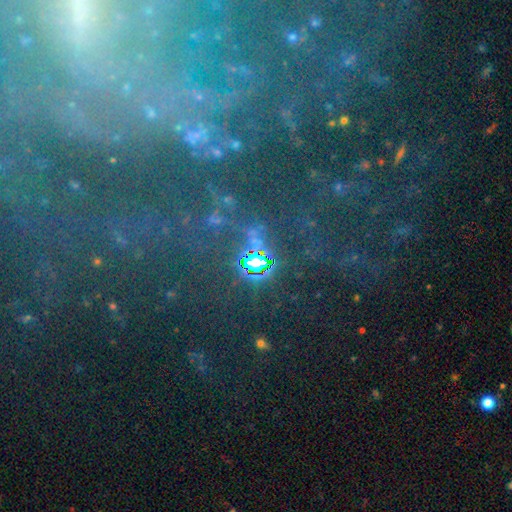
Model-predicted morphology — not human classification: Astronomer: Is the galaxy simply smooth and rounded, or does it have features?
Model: star or artifact — 55%.